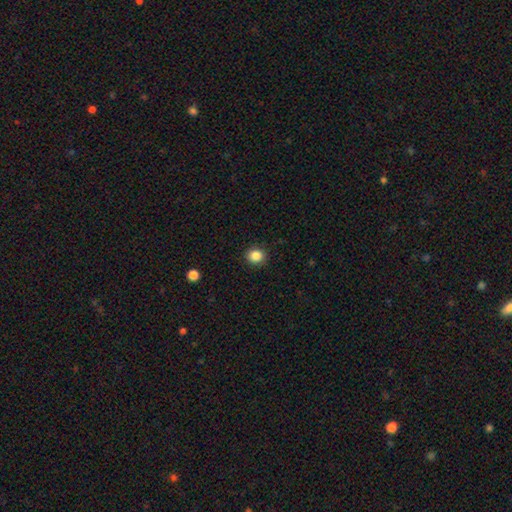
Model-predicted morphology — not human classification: type=smooth (86%); roundness=round (84%); merging=none (91%).